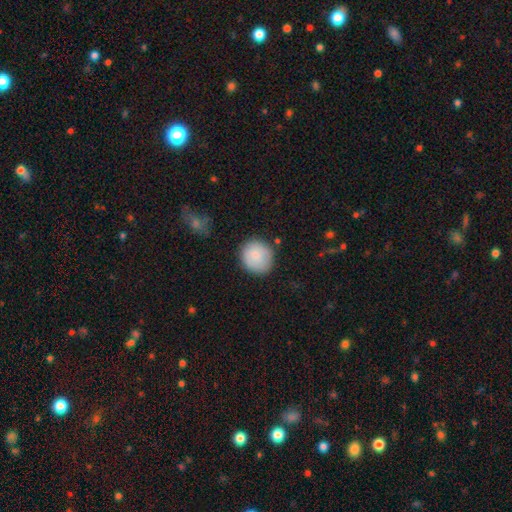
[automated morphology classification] A smooth galaxy with no disk features (81%) that is round (90%).

Vote fractions:
- Smooth or featured? smooth: 81% / featured or disk: 12% / star or artifact: 6%
- How rounded? round: 90% / in between: 9% / cigar-shaped: 1%
- Merging? none: 80% / minor disturbance: 14% / major disturbance: 3% / merger: 2%